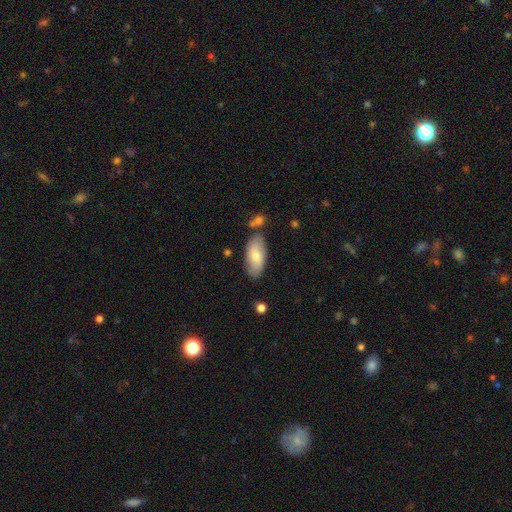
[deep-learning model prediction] A smooth galaxy with no disk features (74%) that is in between round and cigar-shaped (90%).

Vote fractions:
- Smooth or featured? smooth: 74% / featured or disk: 20% / star or artifact: 6%
- How rounded? in between: 90% / cigar-shaped: 8% / round: 2%
- Merging? none: 77% / minor disturbance: 14% / merger: 6% / major disturbance: 3%